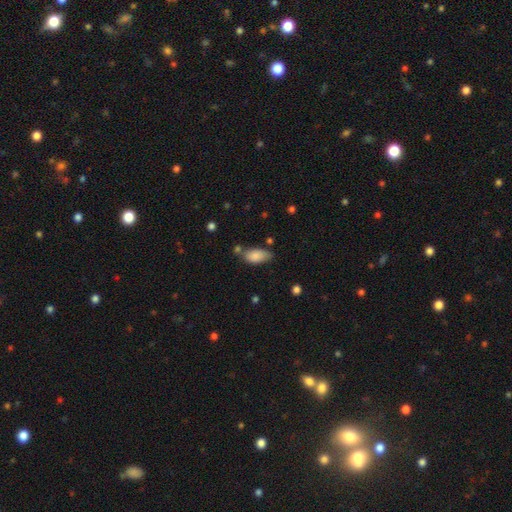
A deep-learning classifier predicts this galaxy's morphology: smooth-or-featured: smooth: 85% | featured or disk: 8% | star or artifact: 7%
  how-rounded: in between: 90% | cigar-shaped: 7% | round: 3%
  merging: none: 57% | minor disturbance: 27% | merger: 10% | major disturbance: 6%